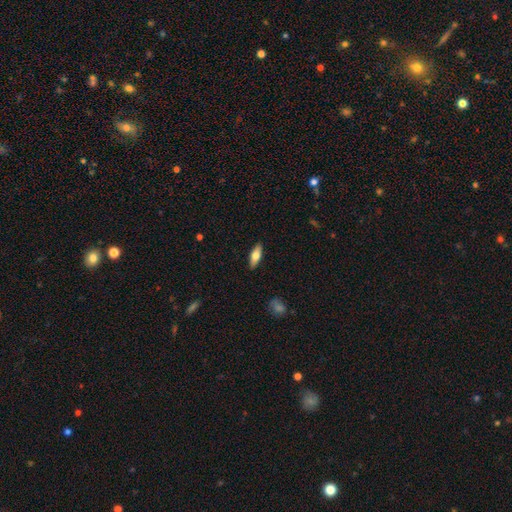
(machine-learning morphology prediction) Smooth or featured? smooth (64%)
How rounded? in between (66%)
Merging? none (89%)